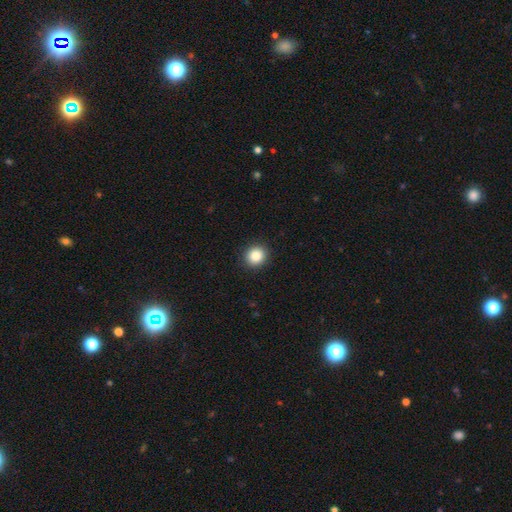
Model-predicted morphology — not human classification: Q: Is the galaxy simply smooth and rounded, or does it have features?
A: smooth — 86%.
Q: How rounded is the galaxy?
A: round — 87%.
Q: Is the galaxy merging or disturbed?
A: none — 92%.